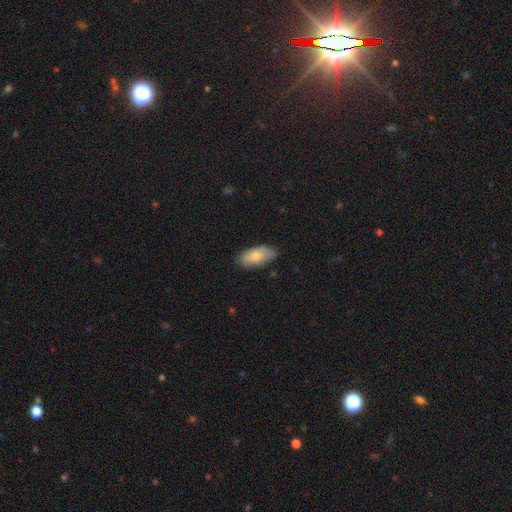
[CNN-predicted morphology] This appears to be a smooth galaxy with no disk features (79%) that is in between round and cigar-shaped (90%). Merging: none (76%).